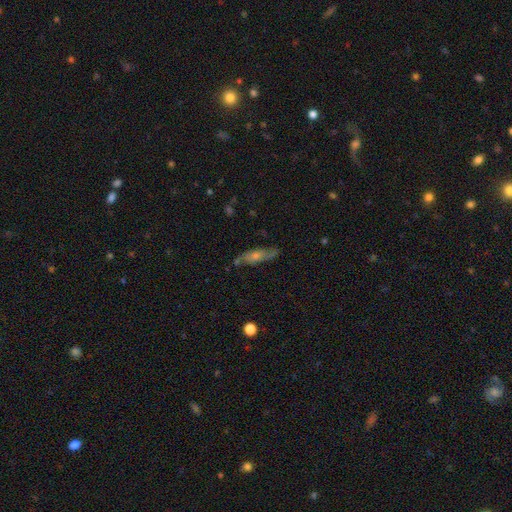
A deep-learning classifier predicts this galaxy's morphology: Smooth or featured: featured or disk — 62% (smooth — 28%)
Edge-on disk: no — 64% (yes — 36%)
Merging: none — 75% (minor disturbance — 17%)